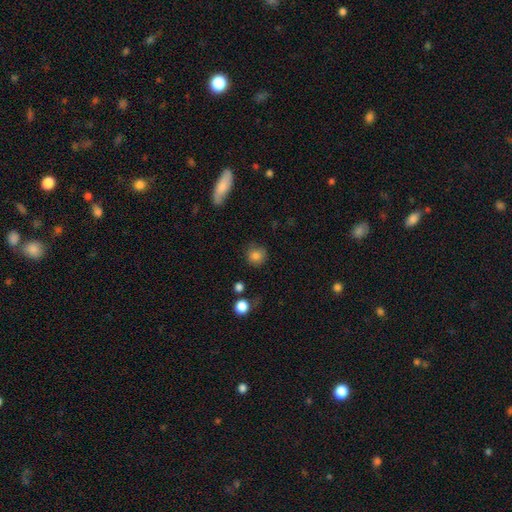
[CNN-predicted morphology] Smooth or featured?
  - smooth: 83% *
  - star or artifact: 11%
  - featured or disk: 6%
How rounded?
  - round: 89% *
  - in between: 10%
  - cigar-shaped: 1%
Merging?
  - none: 80% *
  - minor disturbance: 14%
  - major disturbance: 4%
  - merger: 2%